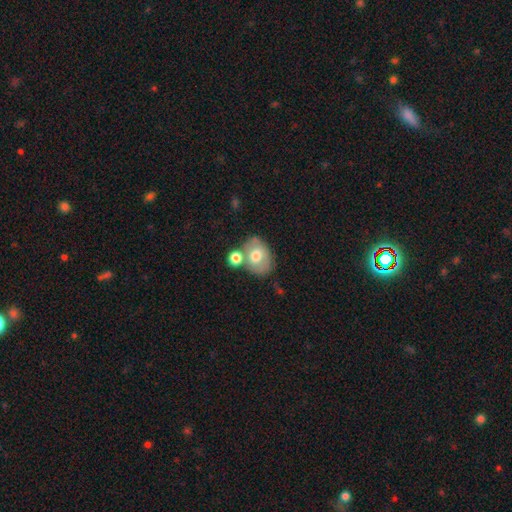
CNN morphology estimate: This appears to be a smooth galaxy with no disk features (66%) that is in between round and cigar-shaped (64%). Merging: none (49%).